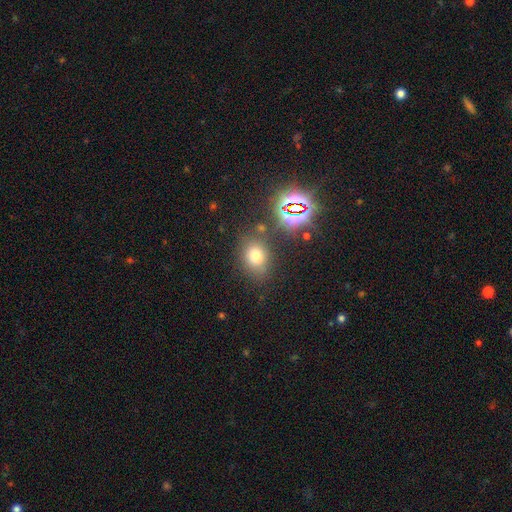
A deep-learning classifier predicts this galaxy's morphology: The model was most divided on "how rounded": in between: 54%, round: 44%, cigar-shaped: 1%. More confident: merging — none (74%); smooth or featured — smooth (68%).